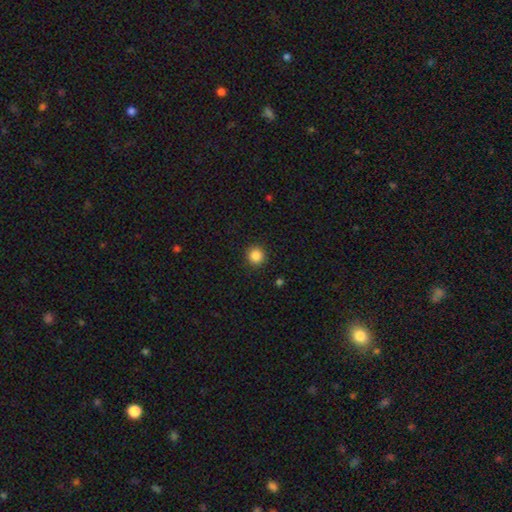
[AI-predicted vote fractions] Smooth or featured? smooth (87%)
How rounded? round (94%)
Merging? none (92%)